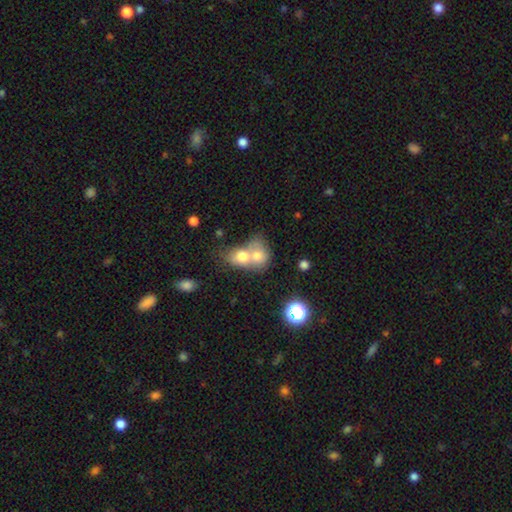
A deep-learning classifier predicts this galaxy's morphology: Smooth or featured? smooth (67%)
How rounded? round (55%)
Merging? merger (74%)